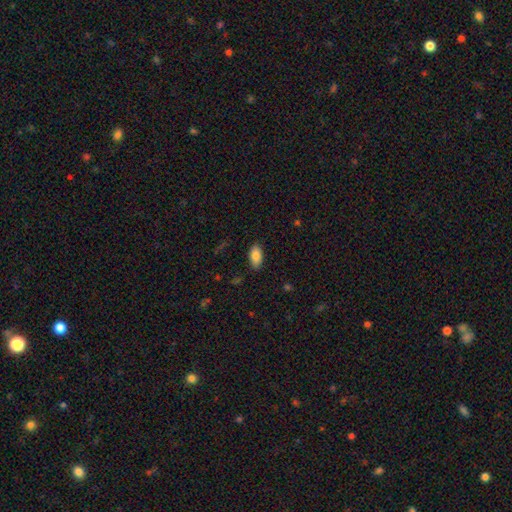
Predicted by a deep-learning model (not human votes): smooth 84%, featured or disk 9%, star or artifact 7%. Down the decision tree: how rounded — in between (92%); merging — none (86%).